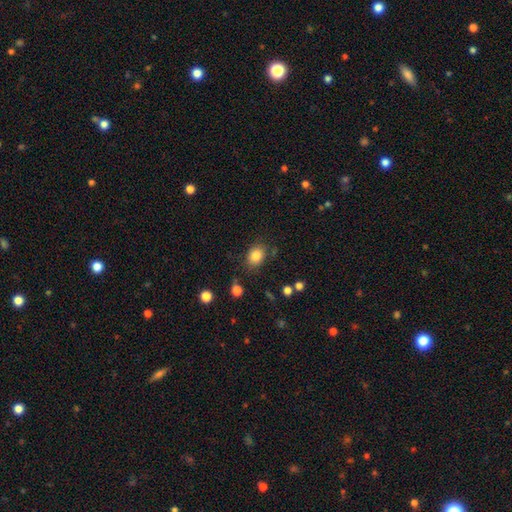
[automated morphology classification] Overall: smooth (84%). How rounded: in between (56%; round 43%). Merging: none (77%).